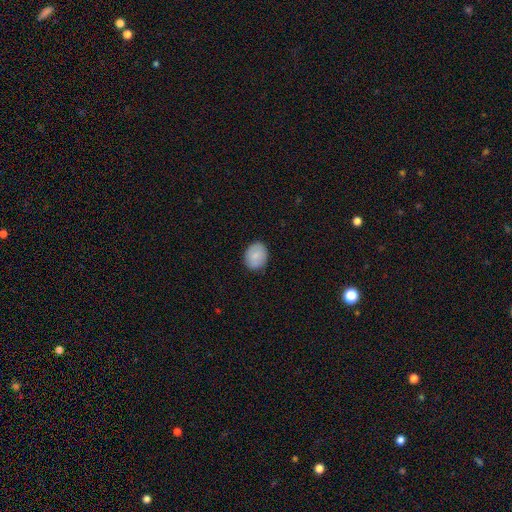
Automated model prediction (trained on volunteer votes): Smooth or featured?
  - smooth: 83% *
  - featured or disk: 10%
  - star or artifact: 7%
How rounded?
  - round: 51% *
  - in between: 48%
  - cigar-shaped: 1%
Merging?
  - none: 87% *
  - minor disturbance: 10%
  - major disturbance: 2%
  - merger: 1%